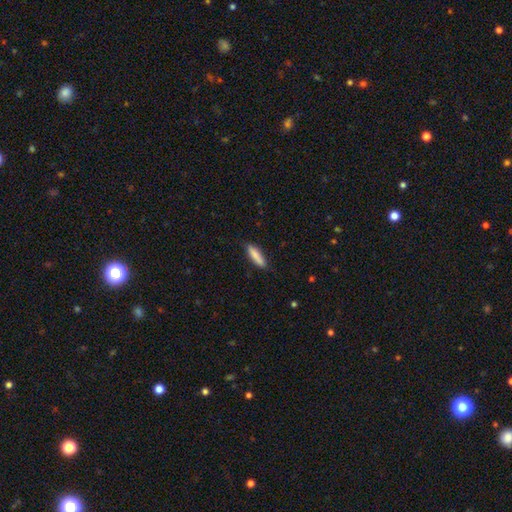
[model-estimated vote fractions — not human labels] Smooth or featured: smooth — 84% (featured or disk — 10%)
How rounded: cigar-shaped — 71% (in between — 27%)
Merging: none — 84% (minor disturbance — 12%)